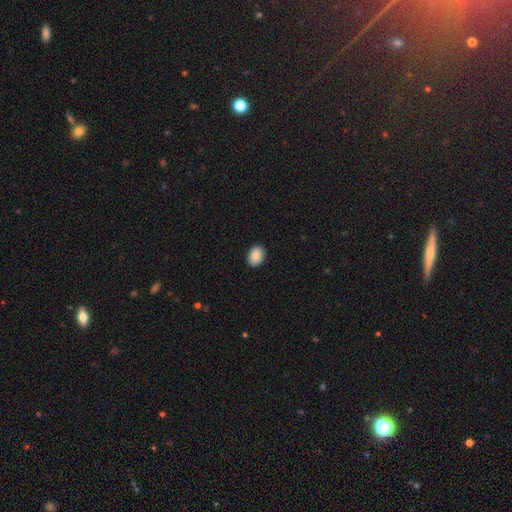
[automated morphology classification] smooth-or-featured: smooth: 89% | star or artifact: 7% | featured or disk: 4%
  how-rounded: in between: 78% | round: 21% | cigar-shaped: 1%
  merging: none: 90% | minor disturbance: 7% | major disturbance: 2% | merger: 1%